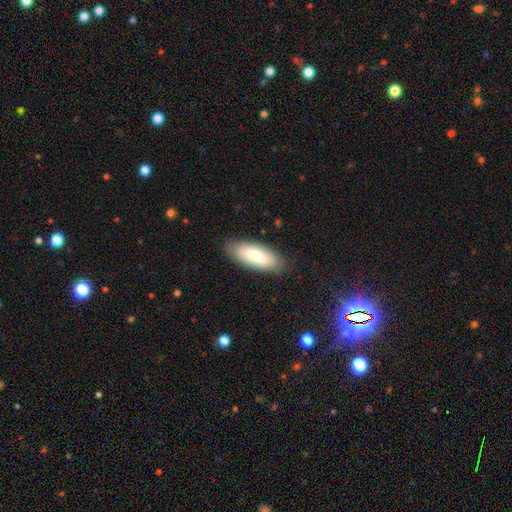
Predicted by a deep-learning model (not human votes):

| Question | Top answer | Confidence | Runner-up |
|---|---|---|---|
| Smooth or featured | smooth | 76% | featured or disk (18%) |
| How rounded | in between | 77% | cigar-shaped (21%) |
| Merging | none | 84% | minor disturbance (12%) |